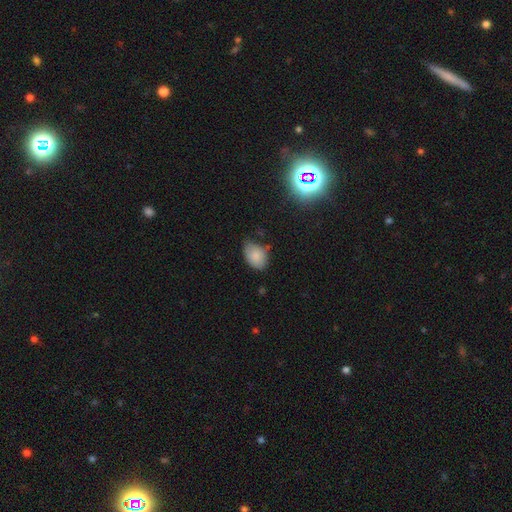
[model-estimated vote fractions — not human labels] Q: Smooth or featured?
A: smooth (82%); runner-up: featured or disk (9%)
Q: How rounded?
A: in between (84%); runner-up: round (15%)
Q: Merging?
A: none (55%); runner-up: minor disturbance (35%)